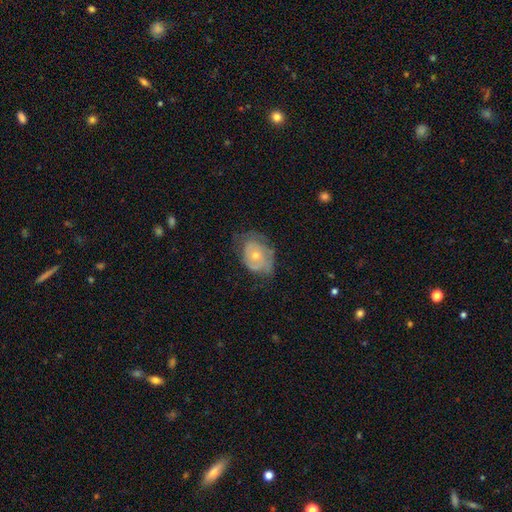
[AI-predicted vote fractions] Smooth or featured?
  - featured or disk: 55% *
  - smooth: 38%
  - star or artifact: 7%
Edge-on disk?
  - no: 96% *
  - yes: 4%
Bar?
  - no: 86% *
  - weak: 12%
  - strong: 2%
Spiral arms?
  - yes: 57% *
  - no: 43%
Bulge size?
  - small: 51% *
  - moderate: 46%
  - large: 2%
  - none: 1%
  - dominant: 1%
Merging?
  - none: 48% *
  - minor disturbance: 32%
  - major disturbance: 18%
  - merger: 2%